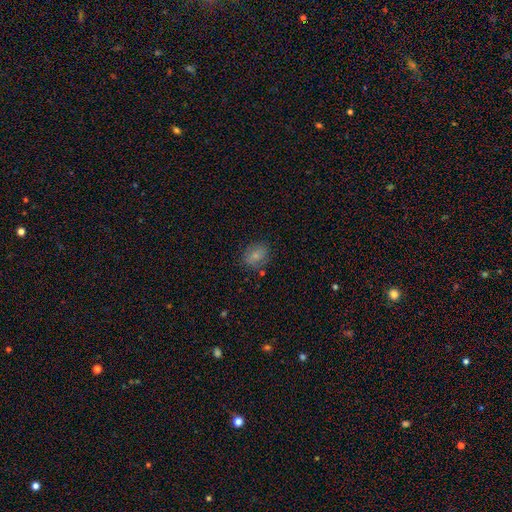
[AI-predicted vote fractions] Q: Smooth or featured?
A: smooth (77%); runner-up: featured or disk (12%)
Q: How rounded?
A: in between (55%); runner-up: round (44%)
Q: Merging?
A: none (77%); runner-up: minor disturbance (16%)